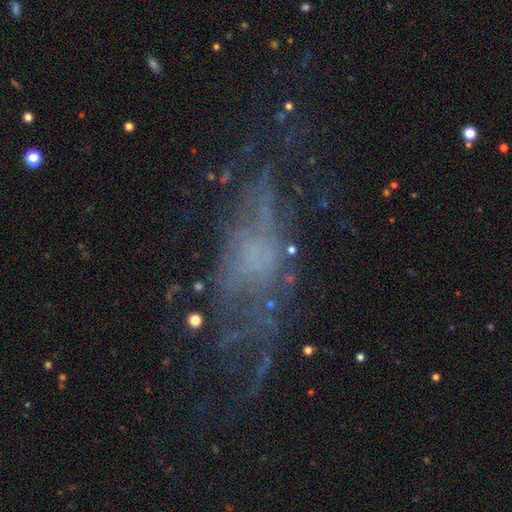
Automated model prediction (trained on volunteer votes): Smooth or featured?
  - featured or disk: 63% *
  - smooth: 19%
  - star or artifact: 18%
Edge-on disk?
  - no: 82% *
  - yes: 18%
Bar?
  - no: 80% *
  - weak: 16%
  - strong: 4%
Spiral arms?
  - no: 52% *
  - yes: 48%
Bulge size?
  - none: 46% *
  - small: 27%
  - moderate: 19%
  - large: 7%
  - dominant: 2%
Merging?
  - none: 55% *
  - major disturbance: 23%
  - minor disturbance: 19%
  - merger: 3%